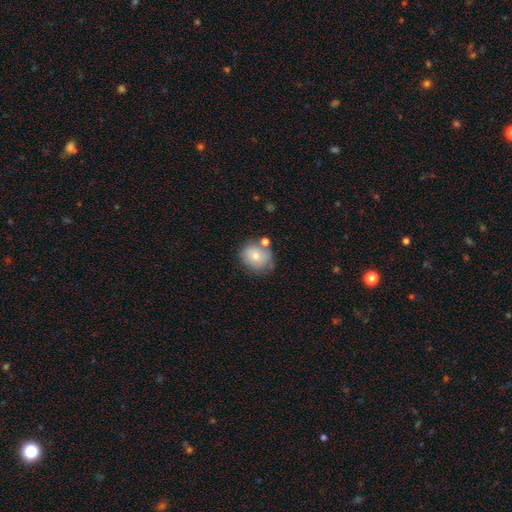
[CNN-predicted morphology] The model was most divided on "merging": none: 56%, minor disturbance: 21%, merger: 16%, major disturbance: 7%. More confident: smooth or featured — smooth (73%); how rounded — round (67%).